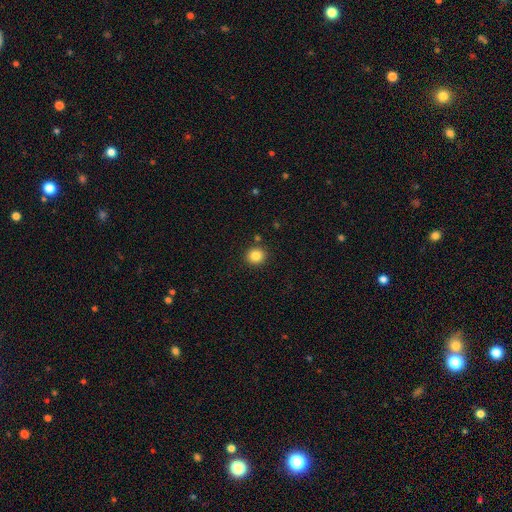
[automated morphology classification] Smooth or featured? smooth (85%)
How rounded? round (89%)
Merging? none (89%)